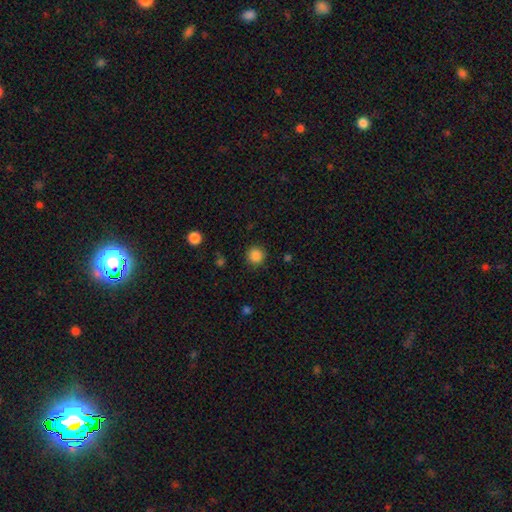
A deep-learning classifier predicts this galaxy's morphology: A smooth galaxy with no disk features (86%) that is round (94%).

Vote fractions:
- Smooth or featured? smooth: 86% / star or artifact: 11% / featured or disk: 4%
- How rounded? round: 94% / in between: 5% / cigar-shaped: 1%
- Merging? none: 90% / minor disturbance: 6% / major disturbance: 2% / merger: 1%